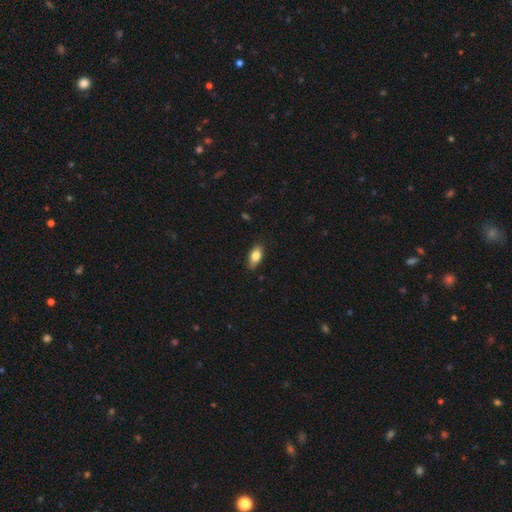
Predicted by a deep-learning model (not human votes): This is likely a smooth galaxy (79%). How rounded: clearly in between (87%). Merging: clearly none (85%).